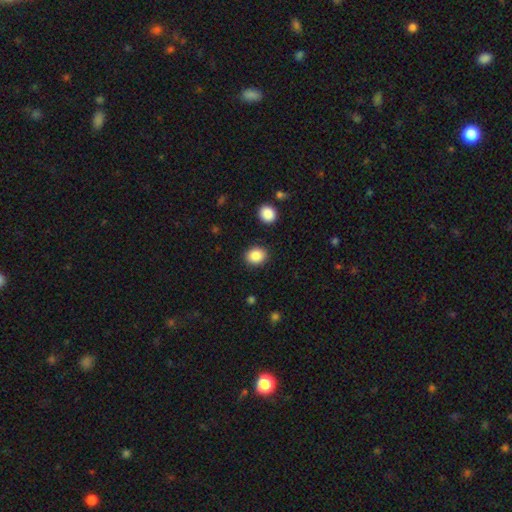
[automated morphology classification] smooth_or_featured: smooth (p=0.88) [alt: star or artifact p=0.09]
how_rounded: round (p=0.62) [alt: in between p=0.37]
merging: none (p=0.88) [alt: minor disturbance p=0.07]